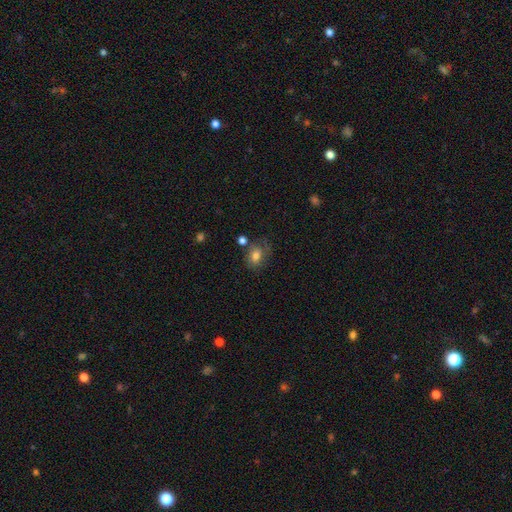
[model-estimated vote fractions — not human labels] Smooth or featured? Predicted: smooth (p=0.75). How rounded? Predicted: in between (p=0.62). Merging? Predicted: none (p=0.57).